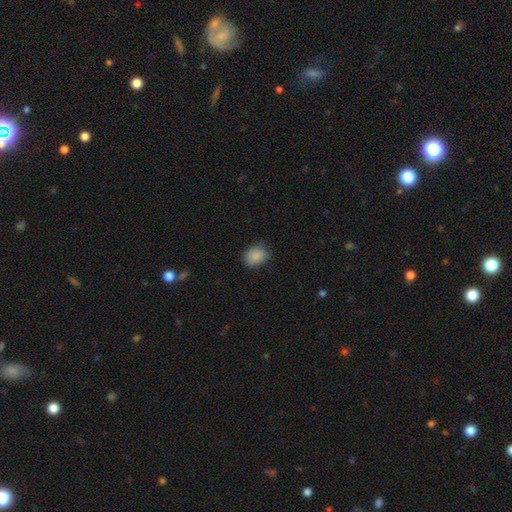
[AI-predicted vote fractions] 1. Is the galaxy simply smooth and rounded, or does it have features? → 87% smooth, 9% star or artifact, 4% featured or disk.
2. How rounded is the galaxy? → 52% in between, 47% round, 1% cigar-shaped.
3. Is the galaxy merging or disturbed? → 74% none, 21% minor disturbance, 4% major disturbance, 1% merger.